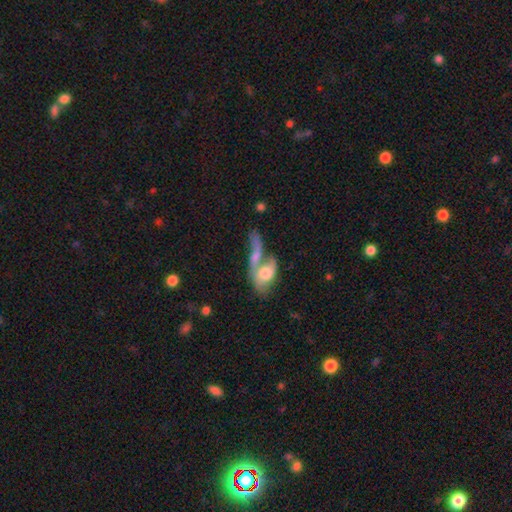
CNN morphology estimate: type=smooth (55%); roundness=in between (75%); merging=merger (73%).